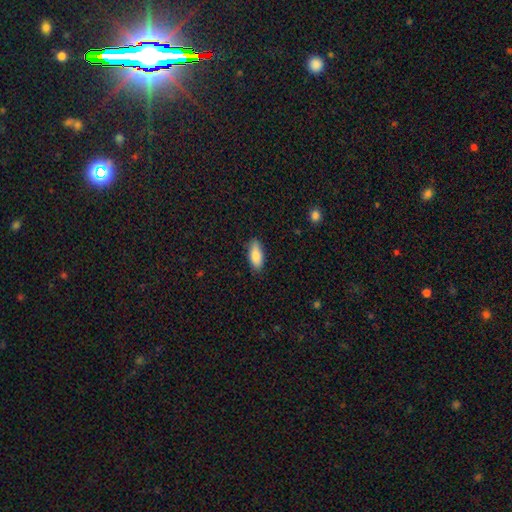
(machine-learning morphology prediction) Smooth or featured? Predicted: smooth (p=0.85). How rounded? Predicted: in between (p=0.83). Merging? Predicted: none (p=0.85).